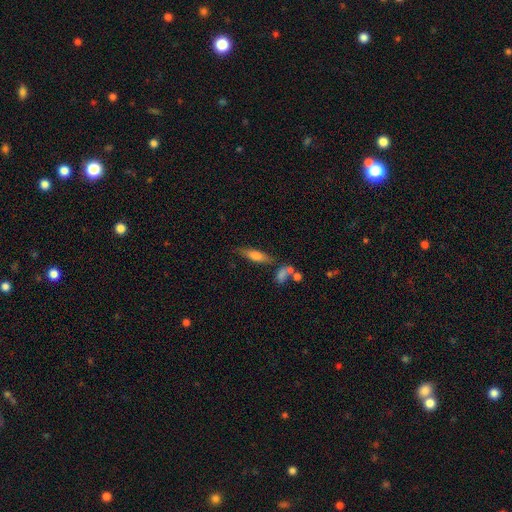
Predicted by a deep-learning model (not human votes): Smooth or featured? smooth (61%)
How rounded? cigar-shaped (53%)
Merging? none (65%)